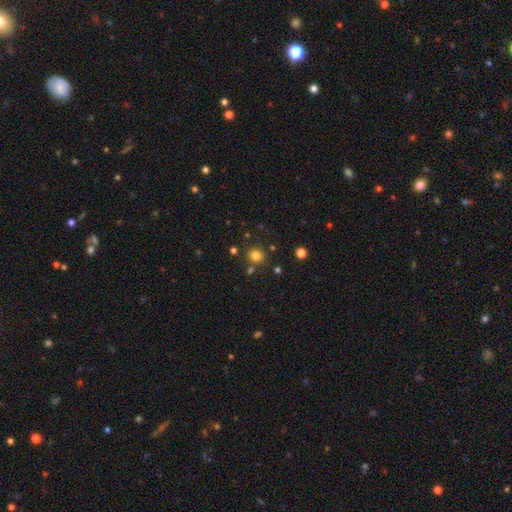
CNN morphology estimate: This is likely a smooth galaxy (79%). How rounded: clearly round (86%). Merging: clearly none (82%).